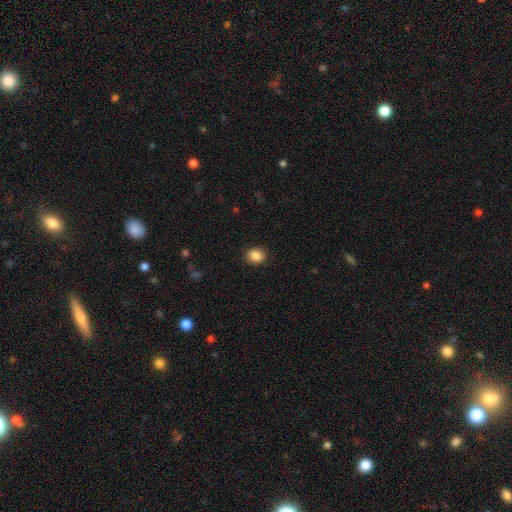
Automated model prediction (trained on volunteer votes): smooth 87%, star or artifact 9%, featured or disk 4%. Down the decision tree: how rounded — round (63%); merging — none (90%).